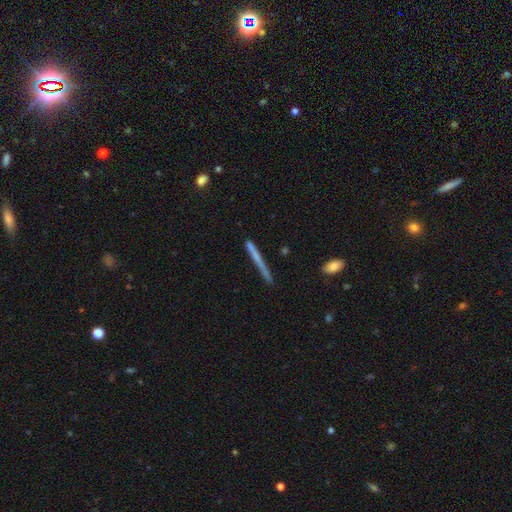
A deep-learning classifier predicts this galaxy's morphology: This appears to be a smooth galaxy with no disk features (50%) that is cigar-shaped (96%). Merging: none (78%).